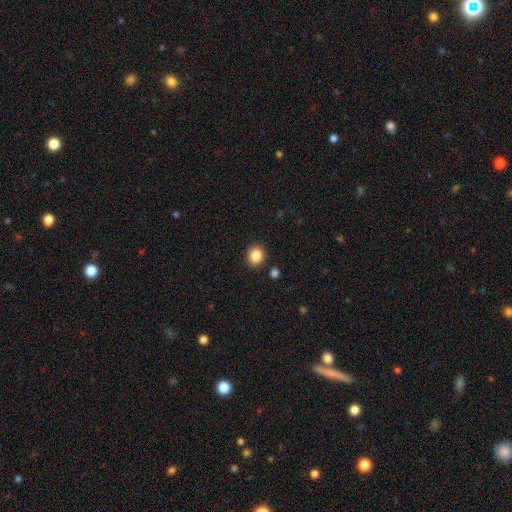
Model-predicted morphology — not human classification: The model was most divided on "how rounded": round: 85%, in between: 15%, cigar-shaped: 1%. More confident: merging — none (90%); smooth or featured — smooth (86%).